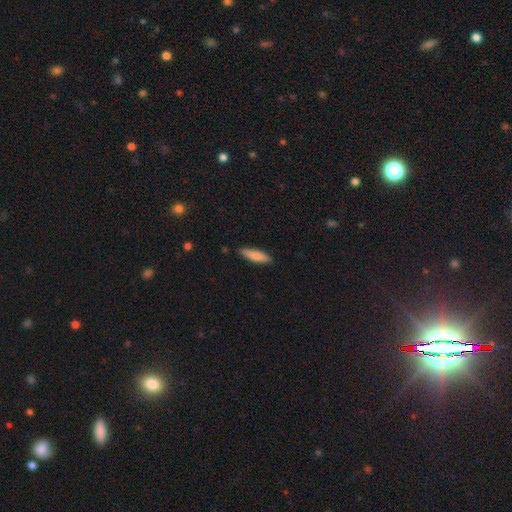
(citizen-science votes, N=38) Smooth or featured? smooth (97%)
How rounded? cigar-shaped (76%)
Merging? none (87%)